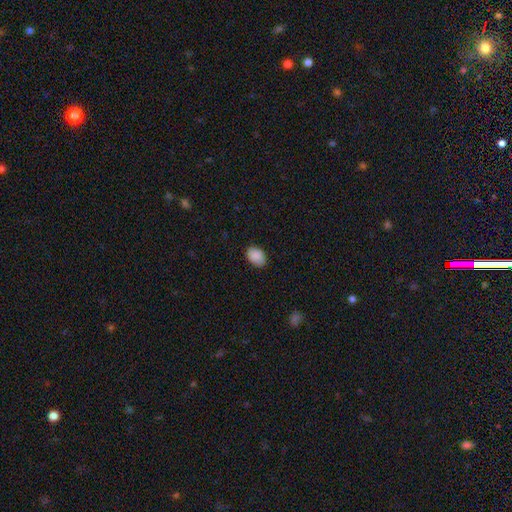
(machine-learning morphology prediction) This appears to be a smooth galaxy with no disk features (90%) that is in between round and cigar-shaped (81%). Merging: none (85%).